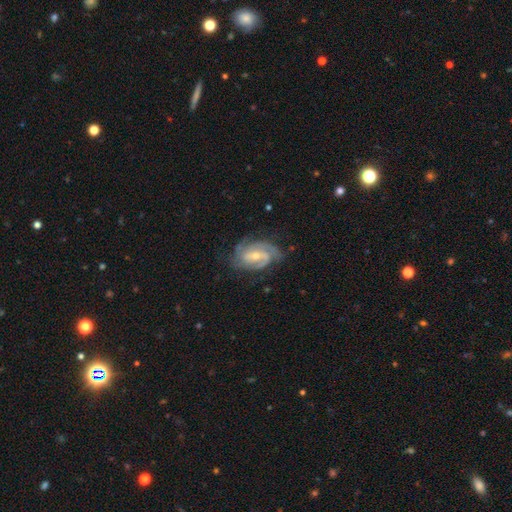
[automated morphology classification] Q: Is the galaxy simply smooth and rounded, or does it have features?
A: featured or disk — 87%.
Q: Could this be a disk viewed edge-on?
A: no — 97%.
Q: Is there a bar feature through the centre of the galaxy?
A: weak — 46%.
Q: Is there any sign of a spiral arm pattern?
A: yes — 97%.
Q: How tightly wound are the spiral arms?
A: tight — 50%.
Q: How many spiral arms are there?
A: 2 — 39%.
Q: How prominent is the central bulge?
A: small — 55%.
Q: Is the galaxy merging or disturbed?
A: none — 68%.